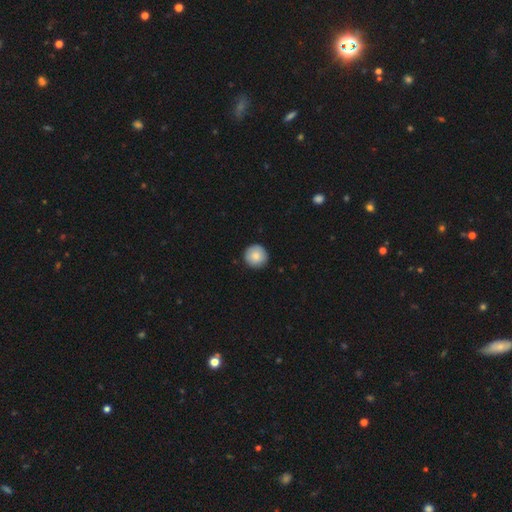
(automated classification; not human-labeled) smooth_or_featured: smooth (p=0.84) [alt: featured or disk p=0.09]
how_rounded: round (p=0.96) [alt: in between p=0.03]
merging: none (p=0.90) [alt: minor disturbance p=0.07]